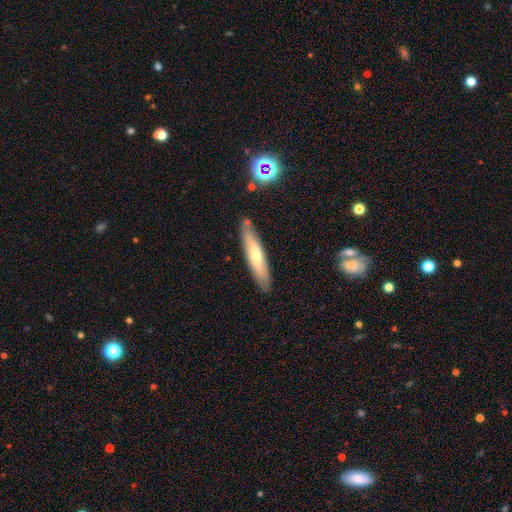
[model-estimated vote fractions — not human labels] Smooth or featured?
  - smooth: 50% *
  - featured or disk: 44%
  - star or artifact: 6%
Merging?
  - none: 84% *
  - minor disturbance: 12%
  - merger: 3%
  - major disturbance: 2%